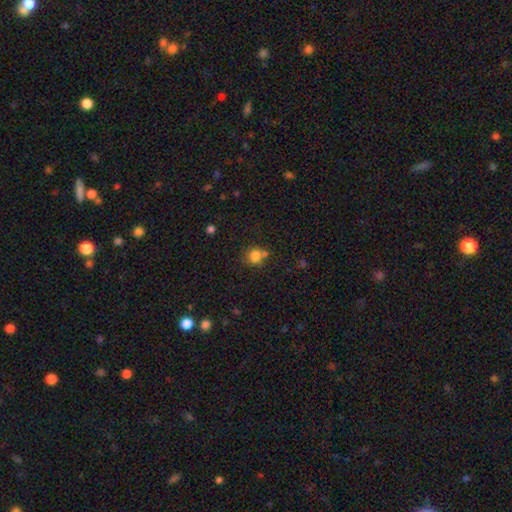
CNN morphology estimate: This is likely a smooth galaxy (80%). How rounded: likely round (78%). Merging: possibly none (55%).